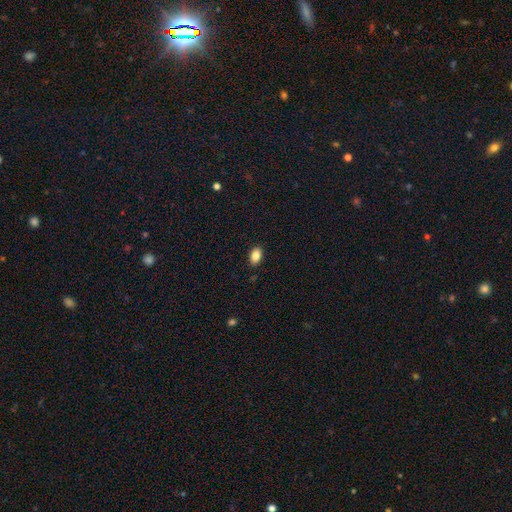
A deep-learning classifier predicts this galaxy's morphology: A smooth galaxy with no disk features (86%) that is in between round and cigar-shaped (88%). Merging: none (88%).